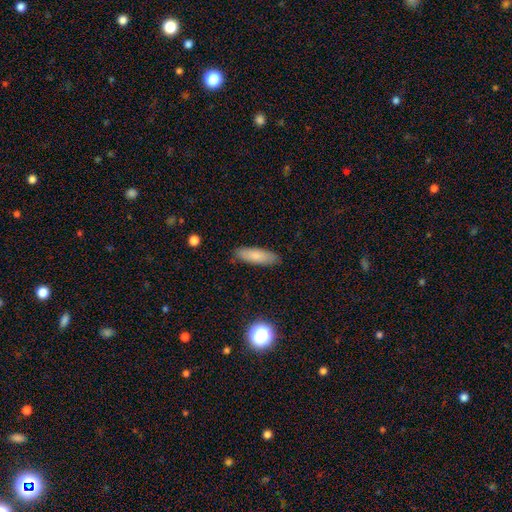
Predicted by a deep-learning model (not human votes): Smooth or featured? smooth (80%)
How rounded? cigar-shaped (50%)
Merging? none (87%)